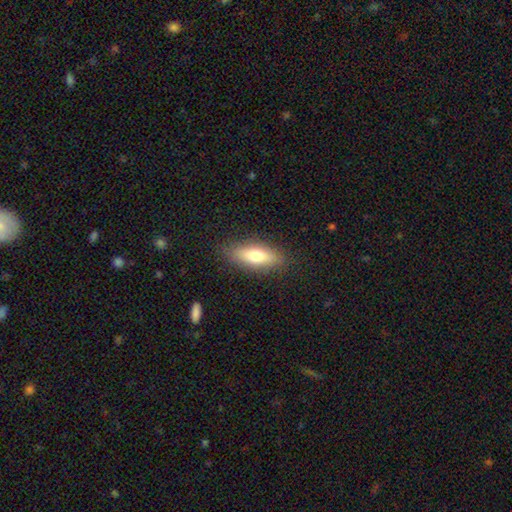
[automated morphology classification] This appears to be a smooth galaxy with no disk features (71%) that is in between round and cigar-shaped (55%). Merging: none (86%).